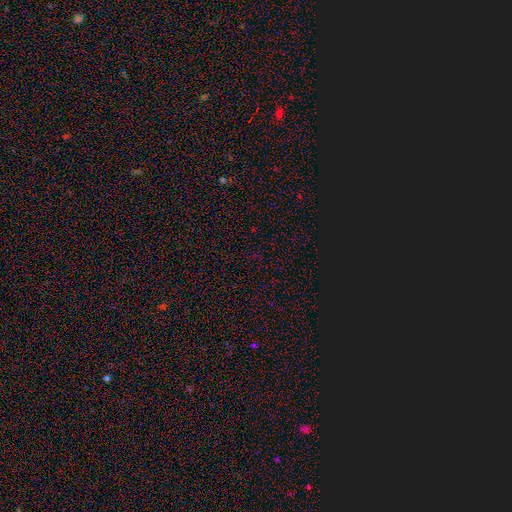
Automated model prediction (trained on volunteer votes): Smooth or featured? star or artifact (72%)